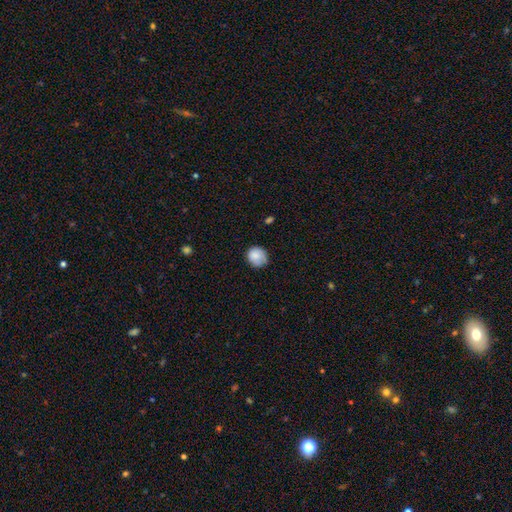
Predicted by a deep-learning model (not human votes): A smooth galaxy with no disk features (84%) that is round (84%). Merging: none (73%).